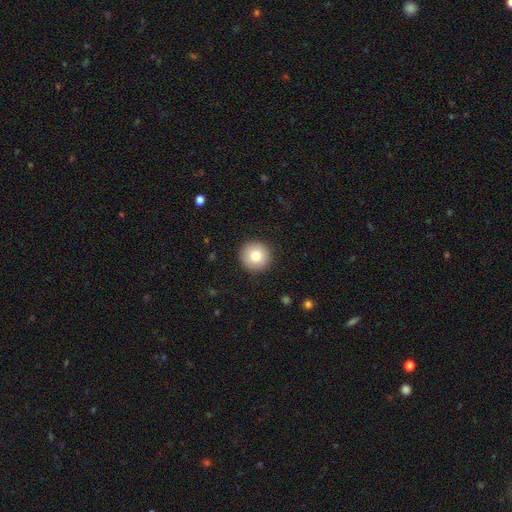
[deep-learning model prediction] Smooth or featured: smooth — 83% (featured or disk — 9%)
How rounded: round — 95% (in between — 4%)
Merging: none — 91% (minor disturbance — 6%)